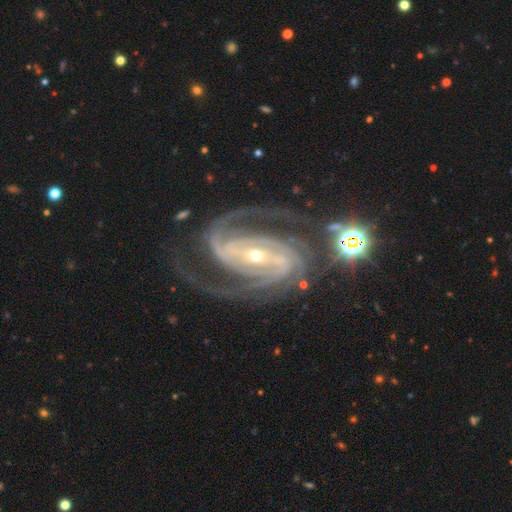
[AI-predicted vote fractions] A featured or disk galaxy (93%) with a strong bar (60%), 2 (58%) medium (48%) spiral arms (99%) and a small central bulge (71%).

Vote fractions:
- Smooth or featured? featured or disk: 93% / star or artifact: 5% / smooth: 2%
- Edge-on disk? no: 97% / yes: 3%
- Bar? strong: 60% / weak: 27% / no: 13%
- Spiral arms? yes: 99% / no: 1%
- Spiral winding? medium: 48% / tight: 44% / loose: 8%
- Spiral arm count? 2: 58% / 3: 21% / 4: 7% / can't tell: 6% / more than 4: 4% / 1: 4%
- Bulge size? small: 71% / moderate: 26% / large: 1% / none: 1% / dominant: 1%
- Merging? none: 69% / minor disturbance: 16% / major disturbance: 11% / merger: 4%